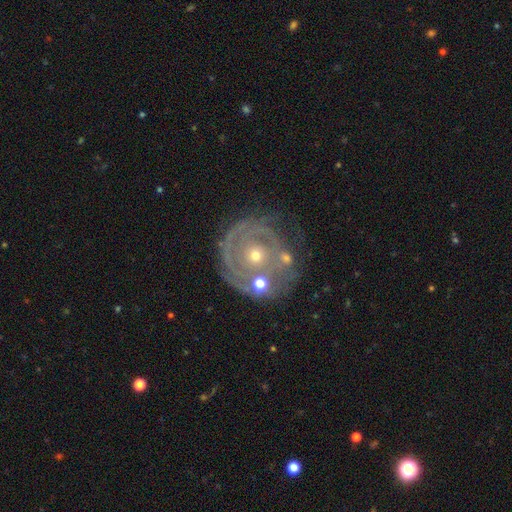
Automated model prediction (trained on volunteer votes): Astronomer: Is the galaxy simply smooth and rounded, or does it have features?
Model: featured or disk — 80%.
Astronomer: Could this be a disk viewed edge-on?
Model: no — 97%.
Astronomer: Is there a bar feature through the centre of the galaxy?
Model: no — 86%.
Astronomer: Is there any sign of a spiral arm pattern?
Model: yes — 79%.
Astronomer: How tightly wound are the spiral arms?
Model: tight — 79%.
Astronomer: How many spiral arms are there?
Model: can't tell — 39% (runner-up: 2, 22%).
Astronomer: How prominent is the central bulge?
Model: small — 59% (runner-up: moderate, 37%).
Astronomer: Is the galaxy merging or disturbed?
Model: none — 62%.